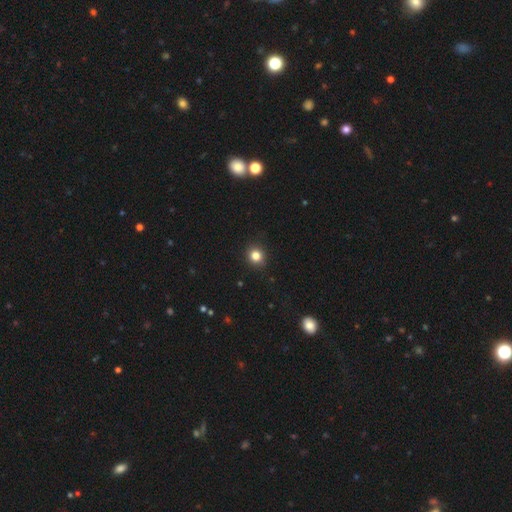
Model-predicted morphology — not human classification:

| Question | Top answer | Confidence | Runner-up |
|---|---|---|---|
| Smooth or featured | smooth | 82% | star or artifact (13%) |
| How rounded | round | 89% | in between (10%) |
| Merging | none | 91% | minor disturbance (6%) |